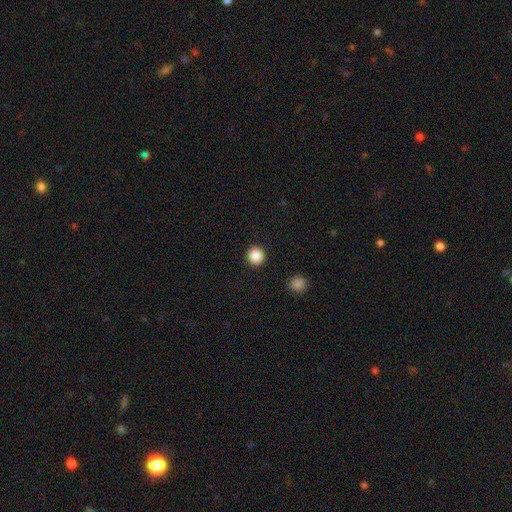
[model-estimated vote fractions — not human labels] Morphology: type=smooth (87%); roundness=round (95%); merging=none (93%).